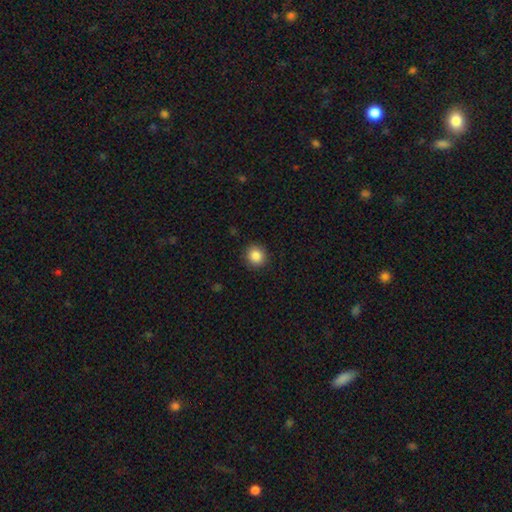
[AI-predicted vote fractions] This appears to be a smooth galaxy with no disk features (87%) that is round (90%). Merging: none (90%).